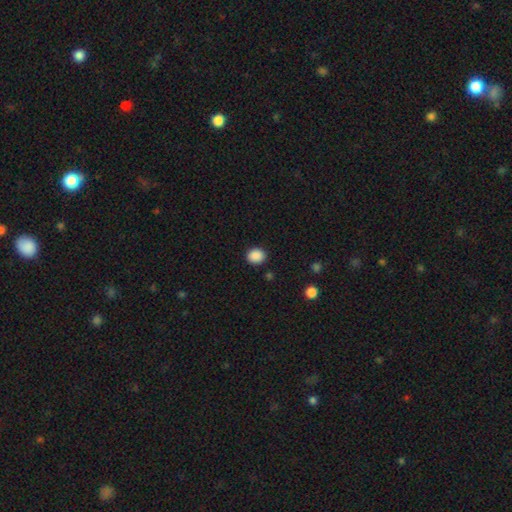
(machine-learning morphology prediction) A smooth galaxy with no disk features (88%) that is round (77%).

Vote fractions:
- Smooth or featured? smooth: 88% / star or artifact: 9% / featured or disk: 2%
- How rounded? round: 77% / in between: 22% / cigar-shaped: 1%
- Merging? none: 89% / minor disturbance: 7% / major disturbance: 2% / merger: 1%